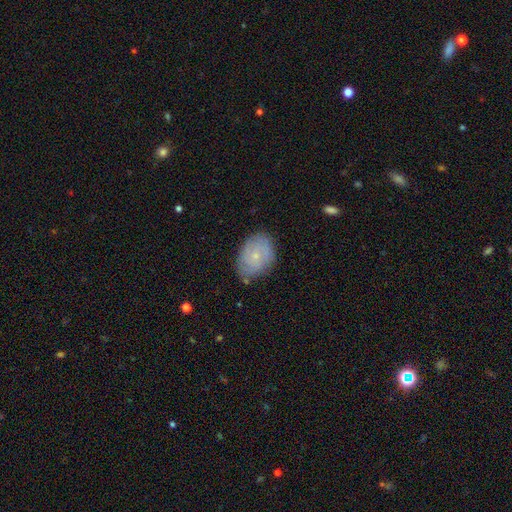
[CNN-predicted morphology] A featured or disk galaxy (49%). Merging: none (73%).